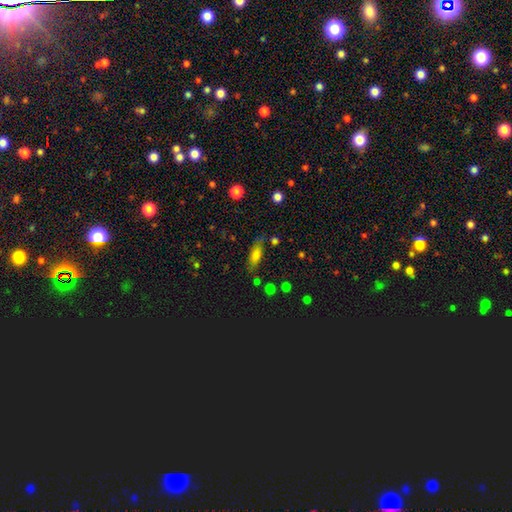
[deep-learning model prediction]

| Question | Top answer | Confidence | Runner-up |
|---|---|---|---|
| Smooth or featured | smooth | 73% | featured or disk (16%) |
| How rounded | in between | 68% | cigar-shaped (28%) |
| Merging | none | 70% | minor disturbance (19%) |